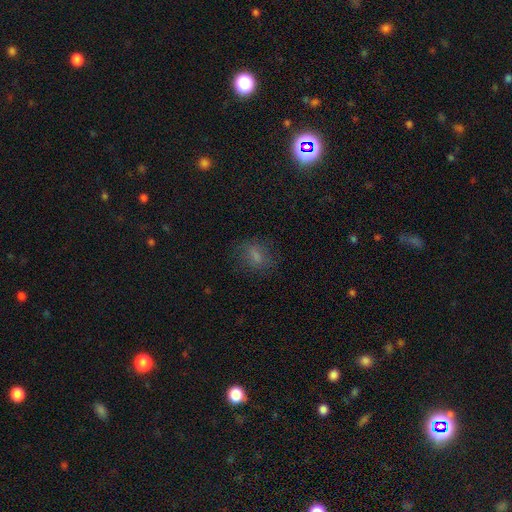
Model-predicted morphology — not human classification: Smooth or featured? Predicted: smooth (p=0.69). How rounded? Predicted: in between (p=0.60). Merging? Predicted: none (p=0.73).